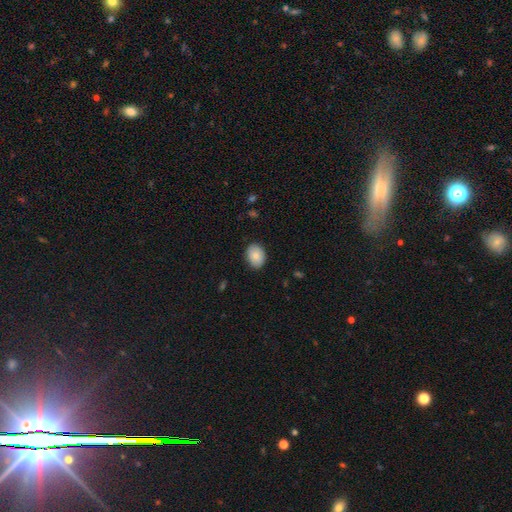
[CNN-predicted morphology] This is clearly a smooth galaxy (83%). How rounded: likely in between (74%). Merging: clearly none (86%).